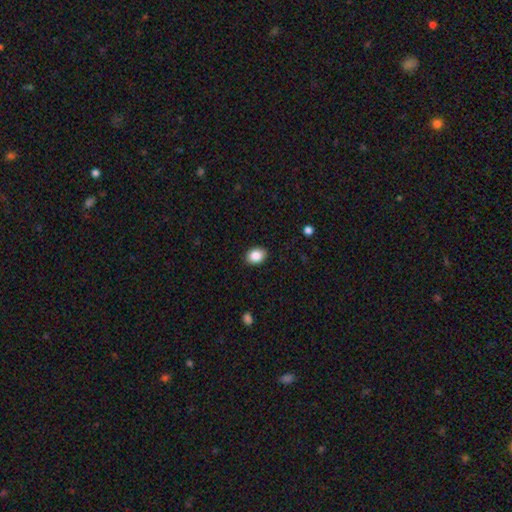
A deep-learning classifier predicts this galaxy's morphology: Q: Smooth or featured?
A: smooth (87%); runner-up: star or artifact (8%)
Q: How rounded?
A: in between (67%); runner-up: round (33%)
Q: Merging?
A: none (90%); runner-up: minor disturbance (7%)